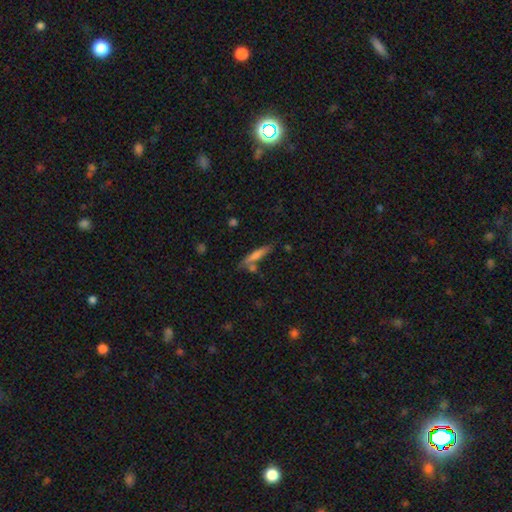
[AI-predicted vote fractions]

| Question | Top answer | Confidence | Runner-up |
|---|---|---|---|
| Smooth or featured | smooth | 65% | featured or disk (27%) |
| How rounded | cigar-shaped | 86% | in between (12%) |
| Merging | none | 68% | minor disturbance (14%) |